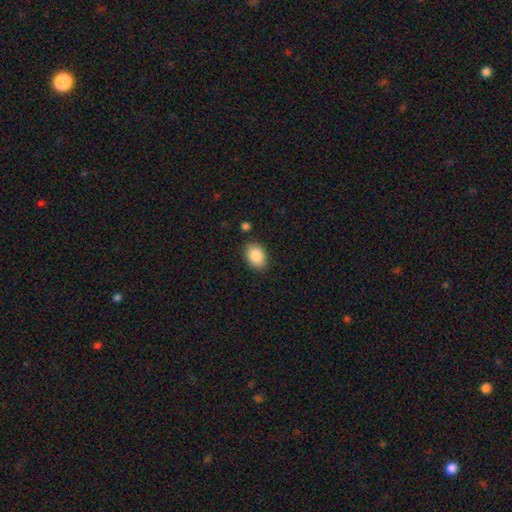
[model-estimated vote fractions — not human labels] smooth_or_featured: smooth (p=0.87) [alt: star or artifact p=0.07]
how_rounded: in between (p=0.78) [alt: round p=0.21]
merging: none (p=0.84) [alt: minor disturbance p=0.11]